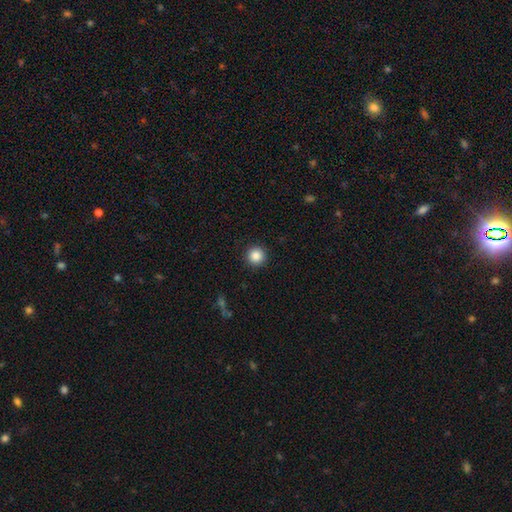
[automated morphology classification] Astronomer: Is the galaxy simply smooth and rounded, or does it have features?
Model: smooth — 87%.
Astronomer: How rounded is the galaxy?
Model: round — 96%.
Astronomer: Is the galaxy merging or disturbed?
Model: none — 92%.